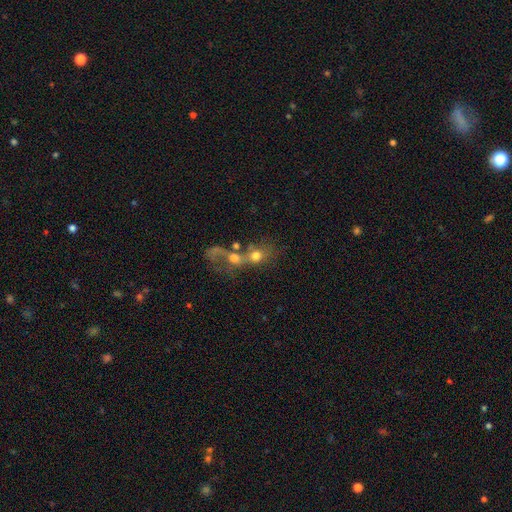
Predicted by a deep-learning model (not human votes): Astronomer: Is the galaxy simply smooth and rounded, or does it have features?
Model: smooth — 56%.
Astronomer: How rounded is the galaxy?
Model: round — 62%.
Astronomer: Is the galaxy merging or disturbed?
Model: merger — 71%.